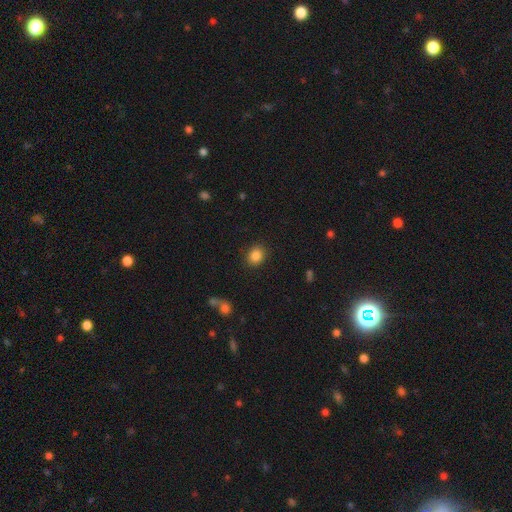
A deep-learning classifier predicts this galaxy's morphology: The model was most divided on "how rounded": round: 66%, in between: 33%, cigar-shaped: 1%. More confident: merging — none (89%); smooth or featured — smooth (85%).